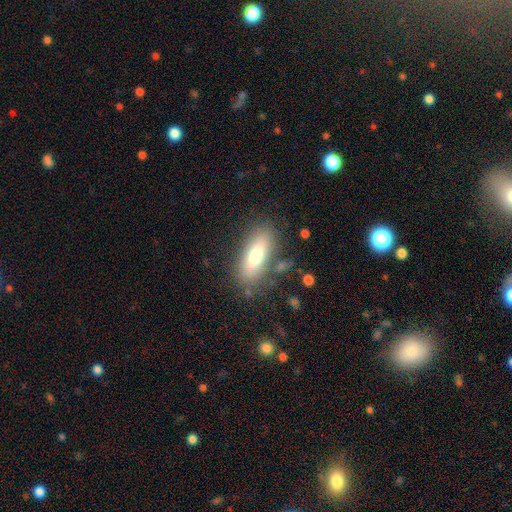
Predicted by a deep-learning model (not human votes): Smooth or featured? Predicted: smooth (p=0.69). How rounded? Predicted: in between (p=0.74). Merging? Predicted: none (p=0.80).